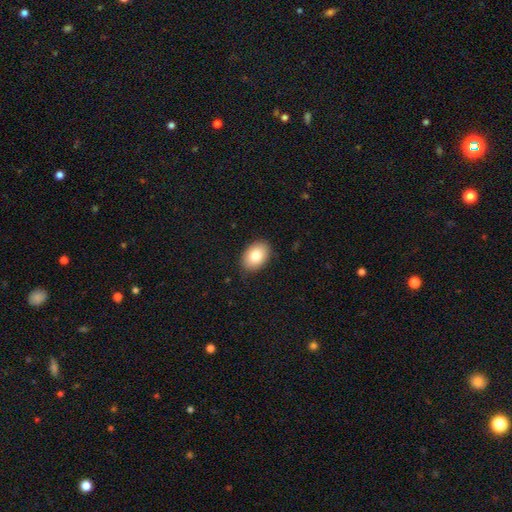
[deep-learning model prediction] A smooth galaxy with no disk features (82%) that is in between round and cigar-shaped (82%). Merging: none (85%).